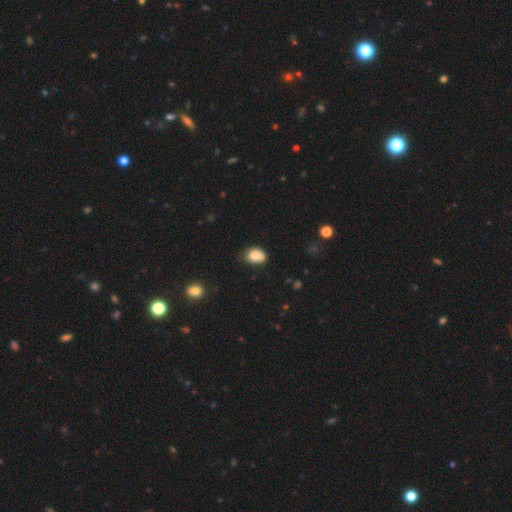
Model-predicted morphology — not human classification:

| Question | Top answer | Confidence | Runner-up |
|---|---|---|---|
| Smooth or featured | smooth | 83% | star or artifact (9%) |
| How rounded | in between | 79% | round (20%) |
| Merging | none | 56% | minor disturbance (34%) |